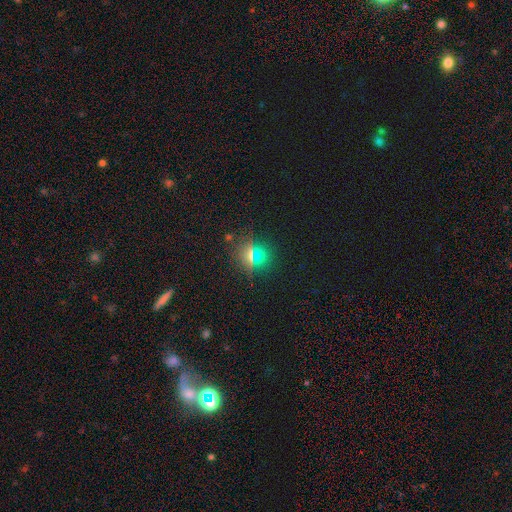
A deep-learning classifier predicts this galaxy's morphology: Smooth or featured: smooth — 56% (star or artifact — 34%)
How rounded: round — 85% (in between — 11%)
Merging: none — 83% (minor disturbance — 9%)